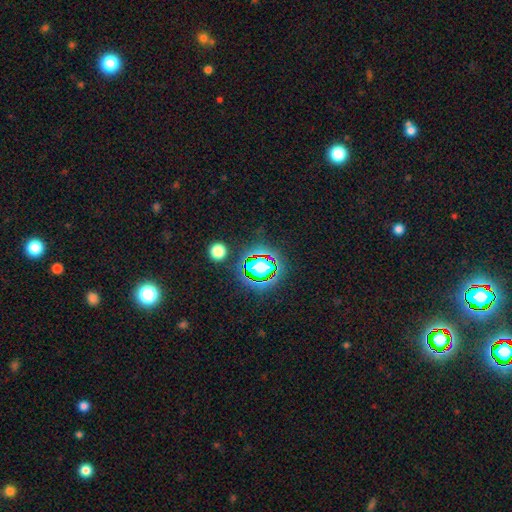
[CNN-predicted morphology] A star or artifact, not a galaxy (81%).